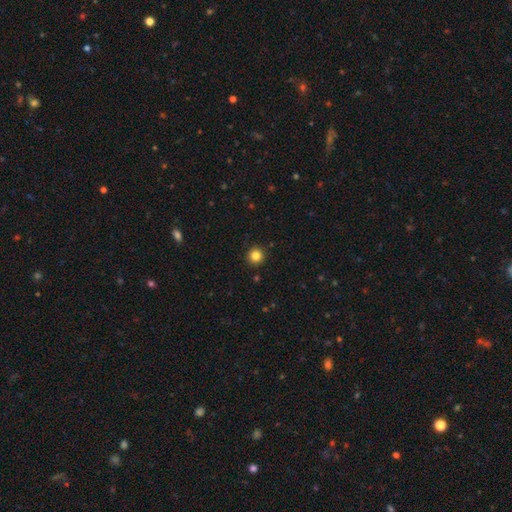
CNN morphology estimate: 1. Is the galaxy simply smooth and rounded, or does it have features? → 83% smooth, 12% star or artifact, 5% featured or disk.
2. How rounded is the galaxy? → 95% round, 4% in between, 1% cigar-shaped.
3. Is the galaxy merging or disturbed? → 92% none, 5% minor disturbance, 2% major disturbance, 1% merger.